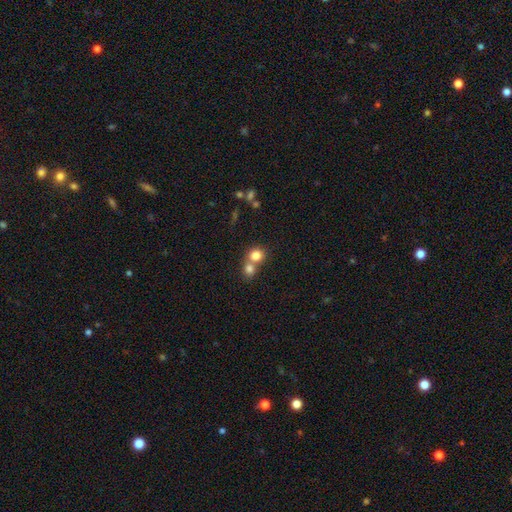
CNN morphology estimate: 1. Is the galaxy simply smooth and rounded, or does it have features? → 79% smooth, 11% star or artifact, 10% featured or disk.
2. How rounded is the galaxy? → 83% round, 16% in between, 1% cigar-shaped.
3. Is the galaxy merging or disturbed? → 55% merger, 38% none, 5% minor disturbance, 2% major disturbance.